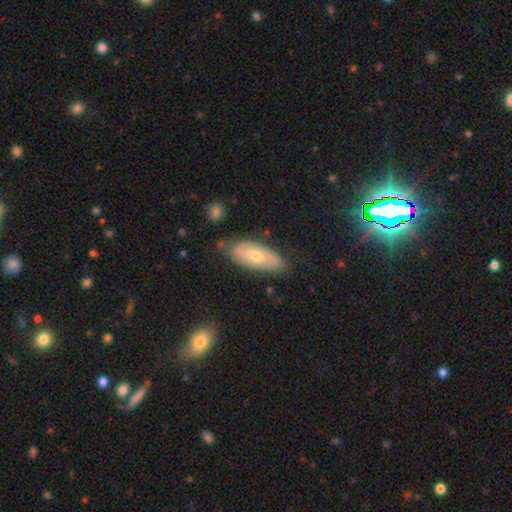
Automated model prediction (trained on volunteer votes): featured or disk 58%, smooth 35%, star or artifact 7%. Down the decision tree: edge-on disk — no (87%); bar — no (66%); spiral arms — yes (76%); bulge size — small (49%); merging — none (75%).